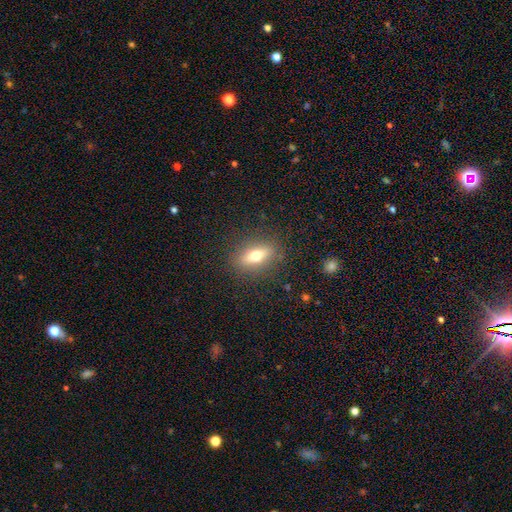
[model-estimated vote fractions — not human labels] Smooth or featured: smooth — 56% (featured or disk — 34%)
How rounded: in between — 62% (cigar-shaped — 27%)
Merging: none — 86% (minor disturbance — 9%)